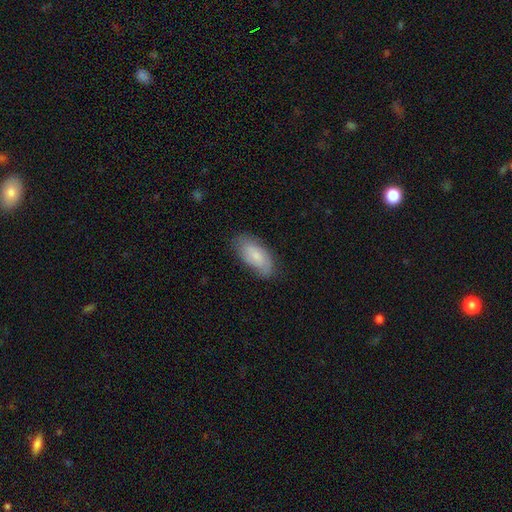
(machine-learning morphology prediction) Smooth or featured? Predicted: smooth (p=0.75). How rounded? Predicted: in between (p=0.89). Merging? Predicted: none (p=0.76).